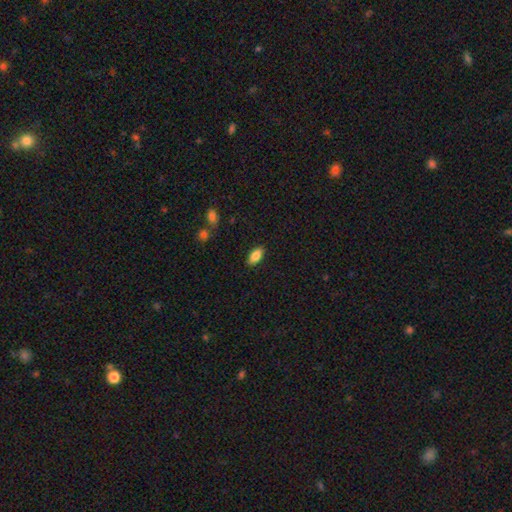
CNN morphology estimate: smooth-or-featured: smooth: 83% | featured or disk: 9% | star or artifact: 7%
  how-rounded: in between: 90% | cigar-shaped: 8% | round: 3%
  merging: none: 87% | minor disturbance: 9% | major disturbance: 2% | merger: 1%